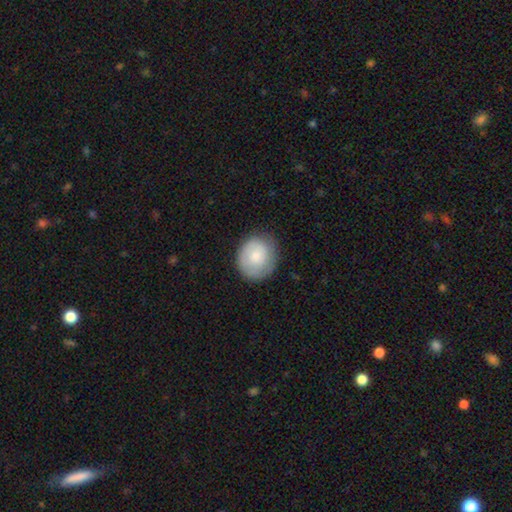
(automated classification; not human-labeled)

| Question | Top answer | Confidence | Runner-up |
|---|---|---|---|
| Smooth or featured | smooth | 72% | featured or disk (22%) |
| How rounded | round | 77% | in between (22%) |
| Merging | none | 77% | minor disturbance (17%) |